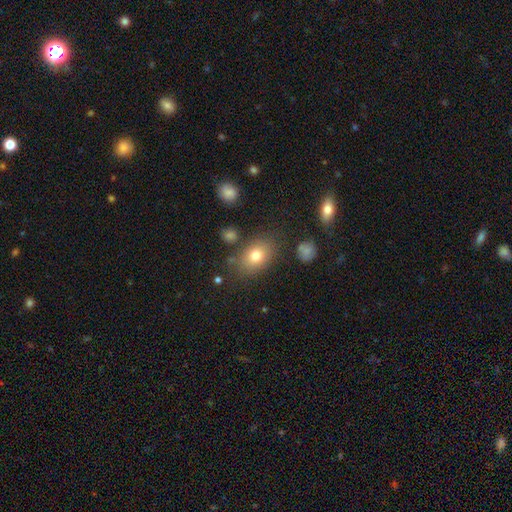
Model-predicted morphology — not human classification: Overall: smooth (76%). How rounded: in between (75%). Merging: none (77%).